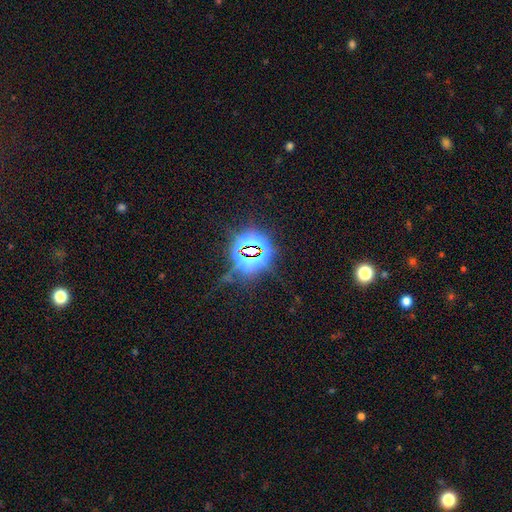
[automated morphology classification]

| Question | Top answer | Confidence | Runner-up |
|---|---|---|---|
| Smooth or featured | star or artifact | 84% | smooth (10%) |